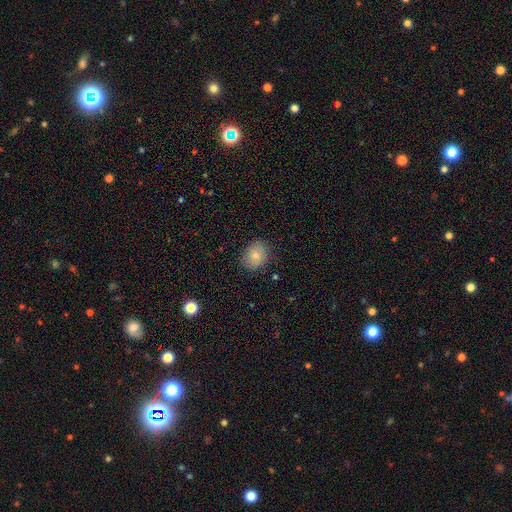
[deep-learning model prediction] The model was most divided on "how rounded": in between: 51%, round: 48%, cigar-shaped: 1%. More confident: merging — none (82%); smooth or featured — smooth (78%).